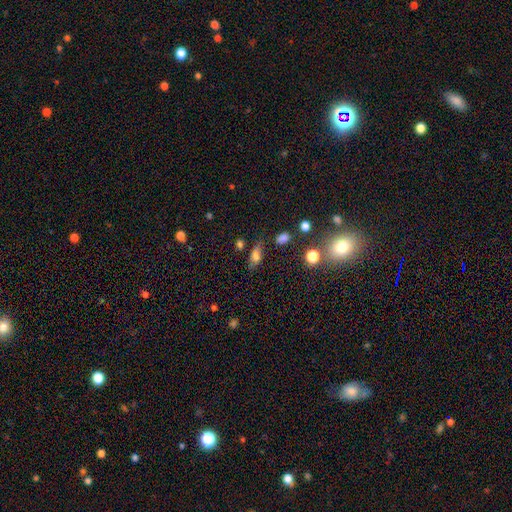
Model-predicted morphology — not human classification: Smooth or featured?
  - smooth: 67% *
  - featured or disk: 18%
  - star or artifact: 15%
How rounded?
  - in between: 75% *
  - cigar-shaped: 17%
  - round: 9%
Merging?
  - none: 66% *
  - minor disturbance: 21%
  - major disturbance: 8%
  - merger: 5%